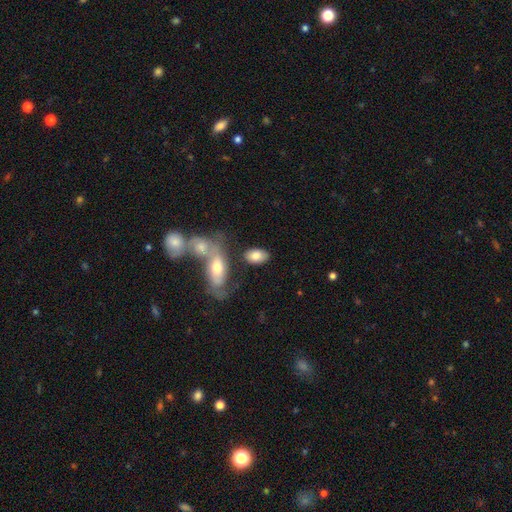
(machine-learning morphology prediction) The model was most divided on "merging": none: 65%, merger: 16%, minor disturbance: 13%, major disturbance: 5%. More confident: how rounded — in between (92%); smooth or featured — smooth (79%).